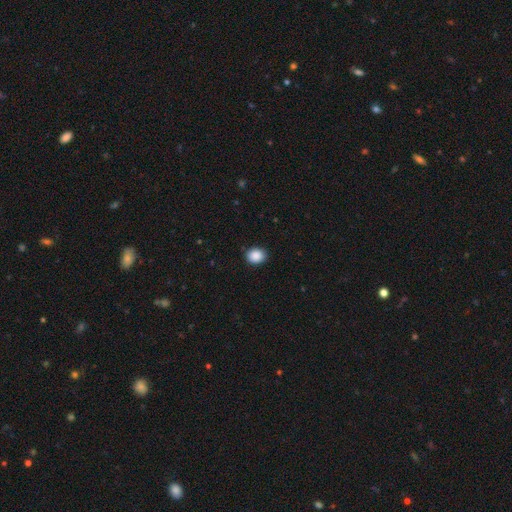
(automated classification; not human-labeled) This appears to be a smooth galaxy with no disk features (89%) that is round (58%). Merging: none (87%).